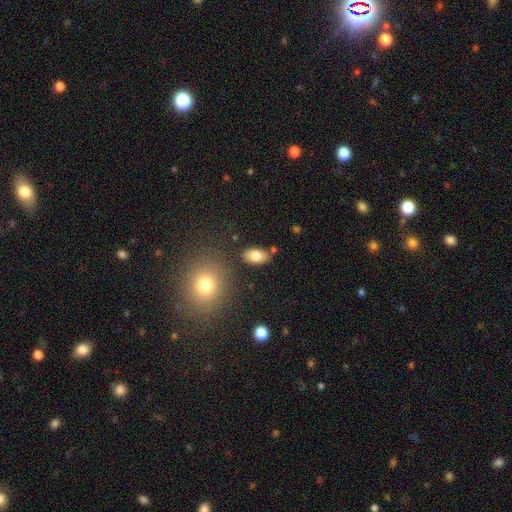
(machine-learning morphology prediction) smooth_or_featured: smooth (p=0.80) [alt: featured or disk p=0.12]
how_rounded: in between (p=0.91) [alt: round p=0.07]
merging: none (p=0.80) [alt: minor disturbance p=0.11]